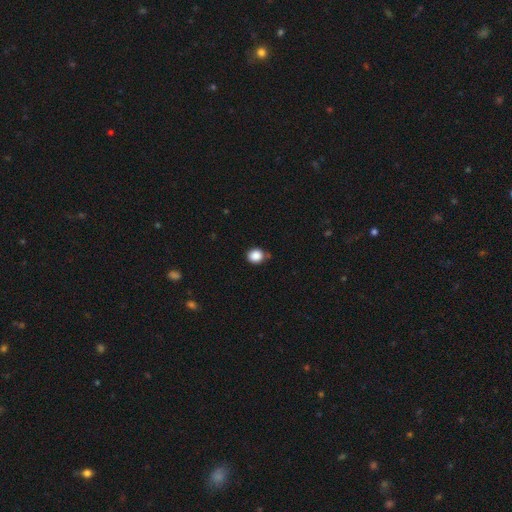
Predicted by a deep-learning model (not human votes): Smooth or featured? smooth (87%)
How rounded? round (82%)
Merging? none (76%)